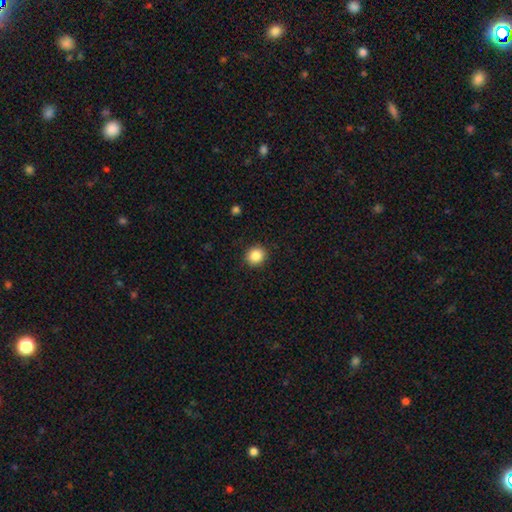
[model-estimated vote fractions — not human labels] This appears to be a smooth galaxy with no disk features (87%) that is round (82%). Merging: none (91%).